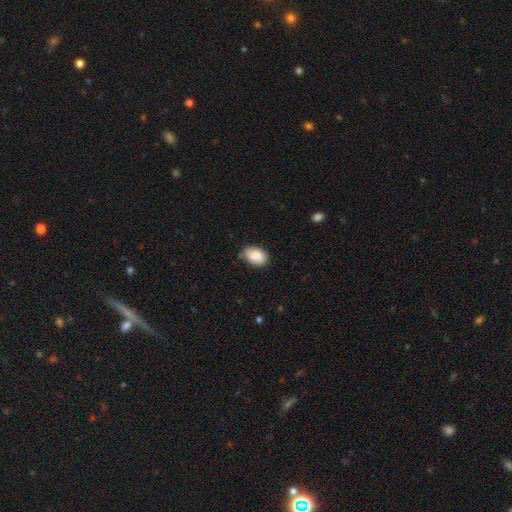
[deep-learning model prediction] This appears to be a smooth galaxy with no disk features (87%) that is in between round and cigar-shaped (87%). Merging: none (71%).